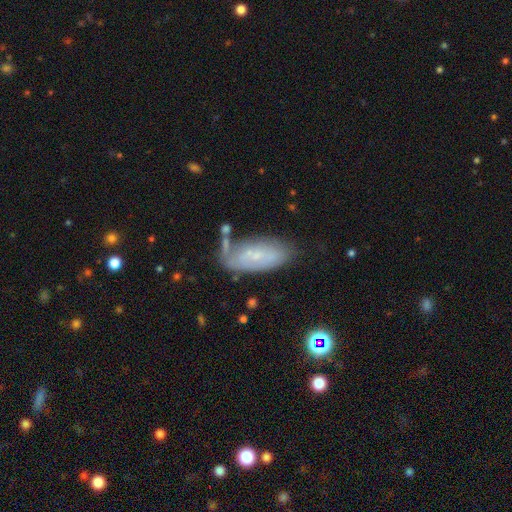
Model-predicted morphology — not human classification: A featured or disk galaxy (46%).

Vote fractions:
- Smooth or featured? featured or disk: 46% / smooth: 44% / star or artifact: 9%
- Merging? none: 52% / minor disturbance: 26% / major disturbance: 12% / merger: 10%